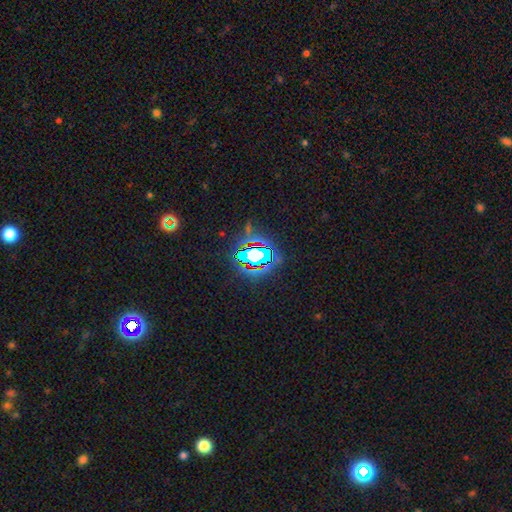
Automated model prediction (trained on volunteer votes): Smooth or featured? Predicted: star or artifact (p=0.67).